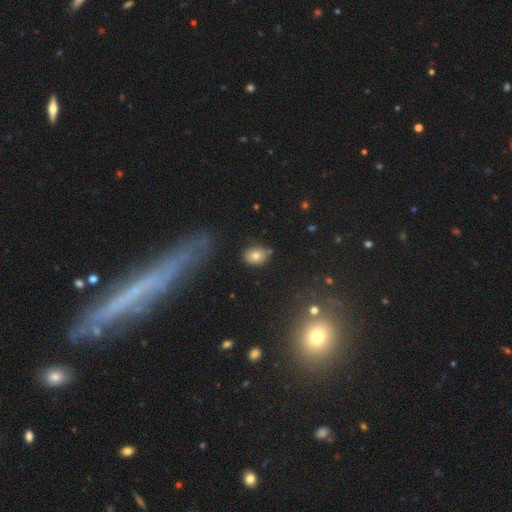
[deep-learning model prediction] smooth_or_featured: smooth (p=0.74) [alt: featured or disk p=0.14]
how_rounded: in between (p=0.54) [alt: round p=0.44]
merging: none (p=0.76) [alt: minor disturbance p=0.16]